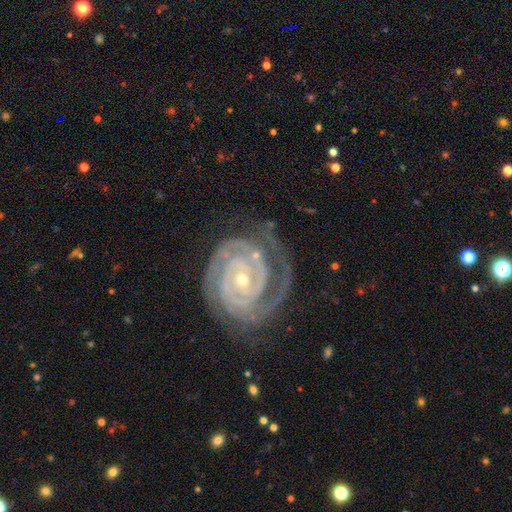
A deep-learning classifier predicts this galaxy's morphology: type=featured or disk (92%); edge-on=no (98%); bar=no (60%); spiral arms=yes (98%); winding=tight (82%); arm count=2 (58%); bulge=small (65%); merging=none (68%).